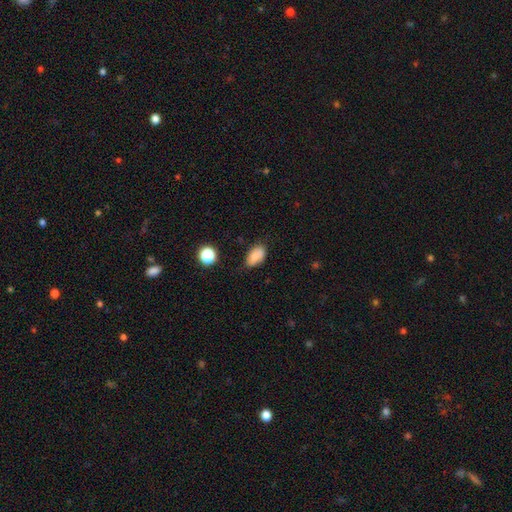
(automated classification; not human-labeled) Smooth or featured: smooth — 78% (featured or disk — 12%)
How rounded: in between — 90% (round — 7%)
Merging: none — 66% (minor disturbance — 27%)